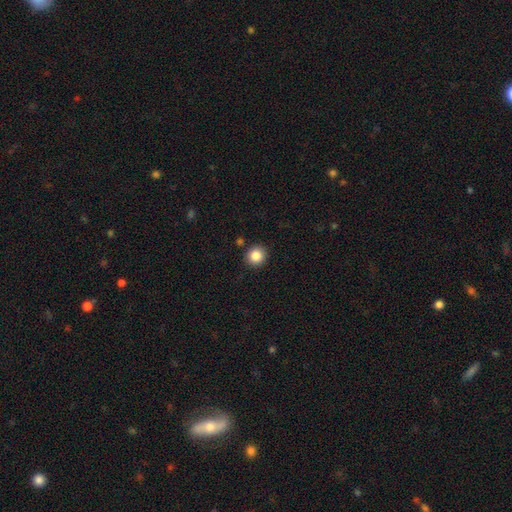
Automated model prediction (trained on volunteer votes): Smooth or featured: smooth — 85% (star or artifact — 10%)
How rounded: round — 92% (in between — 8%)
Merging: none — 90% (minor disturbance — 6%)